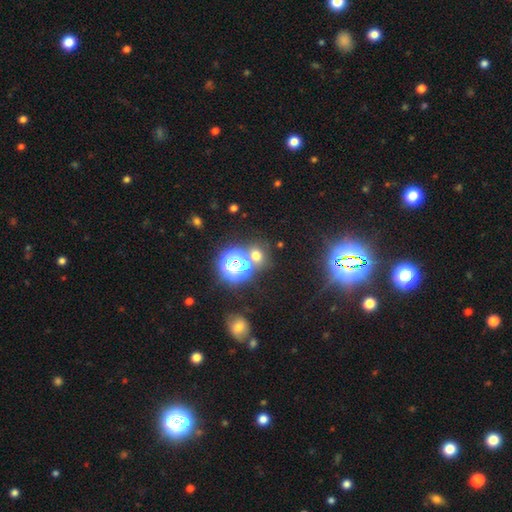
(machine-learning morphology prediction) Overall: smooth (57%; star or artifact 35%). How rounded: round (79%). Merging: none (71%).